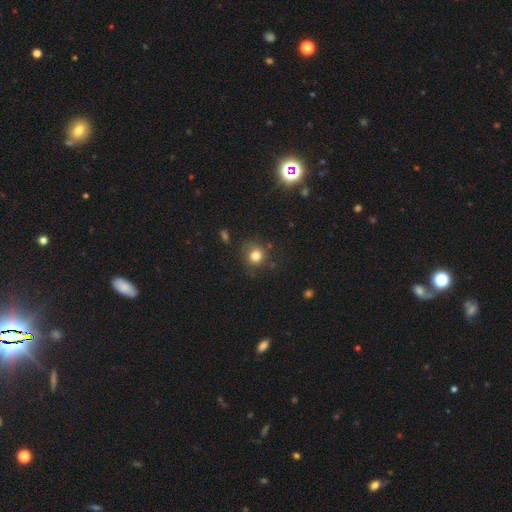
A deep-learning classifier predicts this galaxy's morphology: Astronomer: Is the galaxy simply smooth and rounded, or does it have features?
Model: smooth — 79%.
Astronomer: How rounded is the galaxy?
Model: round — 85%.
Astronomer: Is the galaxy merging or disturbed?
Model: none — 75%.